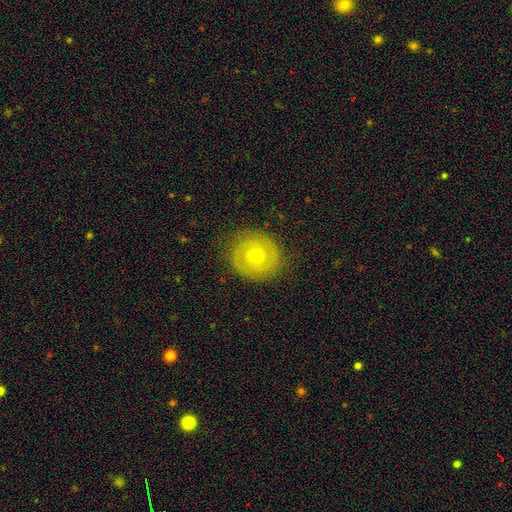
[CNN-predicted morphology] type=featured or disk (63%); edge-on=no (97%); bar=no (69%); spiral arms=yes (75%); bulge=moderate (64%); merging=none (86%).